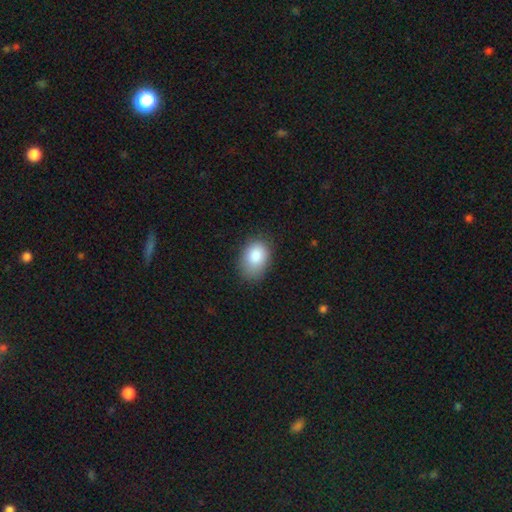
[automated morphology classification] smooth_or_featured: smooth (p=0.85) [alt: star or artifact p=0.08]
how_rounded: in between (p=0.81) [alt: round p=0.18]
merging: none (p=0.74) [alt: minor disturbance p=0.20]